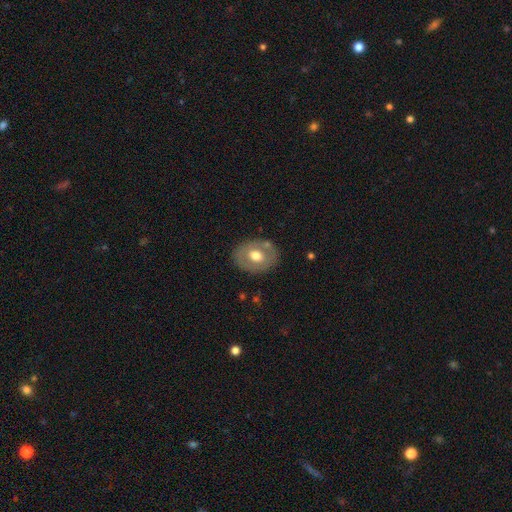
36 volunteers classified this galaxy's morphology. Q: Smooth or featured?
A: featured or disk (67%); runner-up: smooth (31%)
Q: Edge-on disk?
A: no (96%); runner-up: yes (4%)
Q: Bar?
A: no (74%); runner-up: weak (26%)
Q: Spiral arms?
A: no (78%); runner-up: yes (22%)
Q: Bulge size?
A: moderate (83%); runner-up: large (9%)
Q: Merging?
A: none (71%); runner-up: minor disturbance (14%)